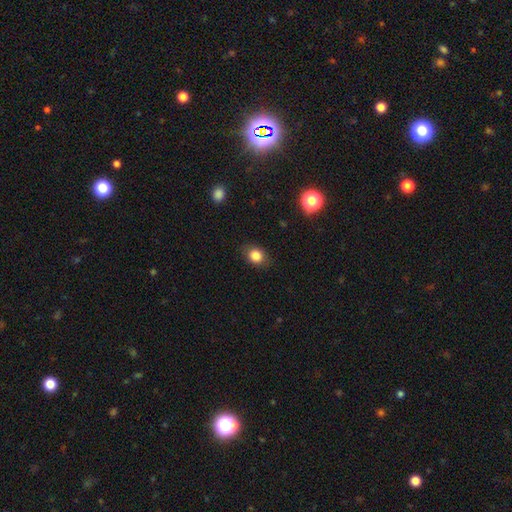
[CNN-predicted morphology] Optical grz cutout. It shows a smooth galaxy with no disk features (84%) that is in between round and cigar-shaped (50%). Merging: none (83%).